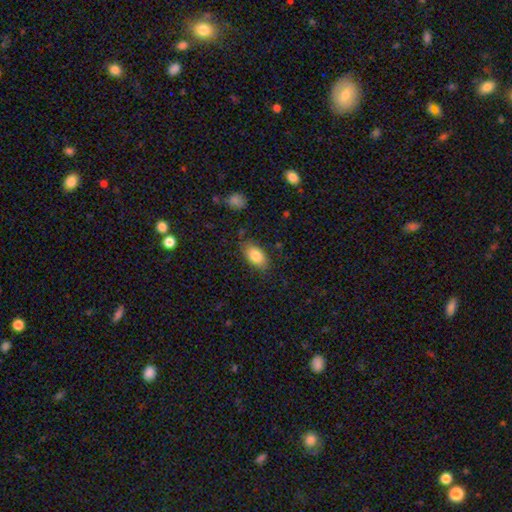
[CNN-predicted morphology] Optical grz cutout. It shows a smooth galaxy with no disk features (82%) that is in between round and cigar-shaped (91%). Merging: none (78%).